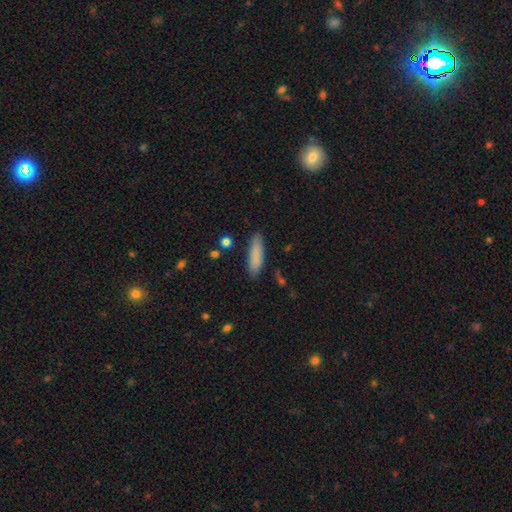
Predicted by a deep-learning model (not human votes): This is clearly a smooth galaxy (85%). How rounded: likely cigar-shaped (65%). Merging: clearly none (86%).